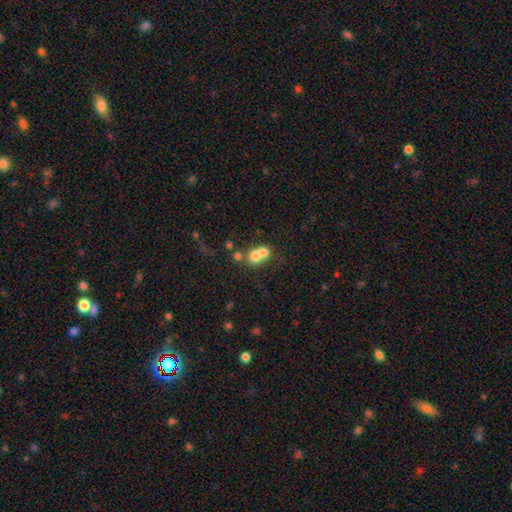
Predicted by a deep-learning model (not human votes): Smooth or featured? Predicted: smooth (p=0.67). How rounded? Predicted: round (p=0.71). Merging? Predicted: merger (p=0.68).